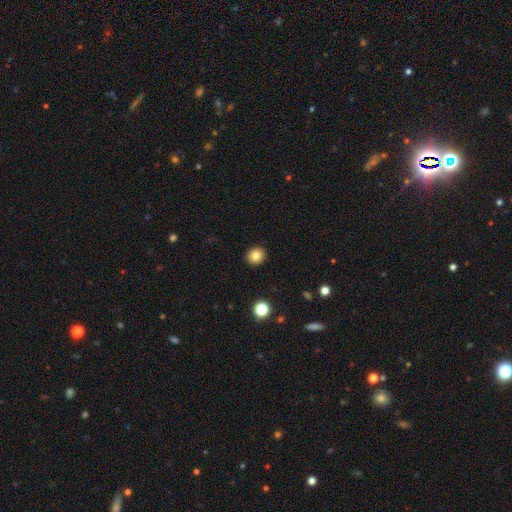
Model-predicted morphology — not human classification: Smooth or featured?
  - smooth: 82% *
  - star or artifact: 11%
  - featured or disk: 7%
How rounded?
  - round: 79% *
  - in between: 20%
  - cigar-shaped: 1%
Merging?
  - none: 92% *
  - minor disturbance: 5%
  - major disturbance: 2%
  - merger: 1%